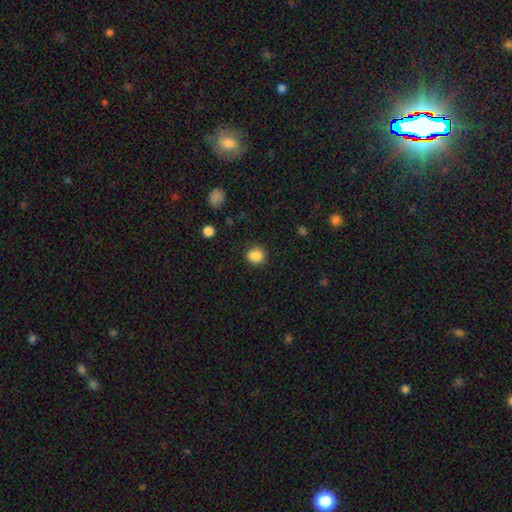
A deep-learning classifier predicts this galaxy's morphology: This is clearly a smooth galaxy (85%). How rounded: likely round (77%). Merging: likely none (78%).